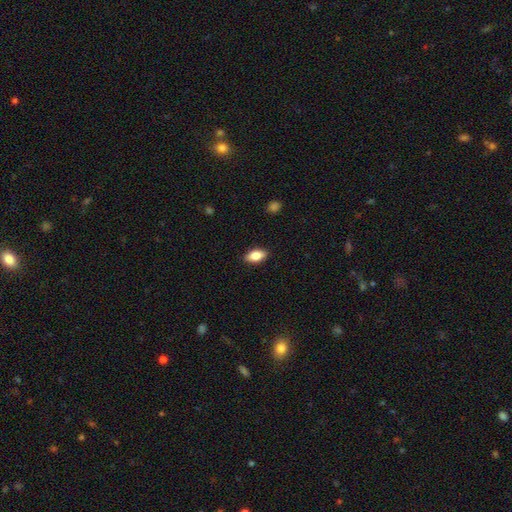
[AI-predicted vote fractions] Overall: smooth (83%). How rounded: in between (90%). Merging: none (89%).